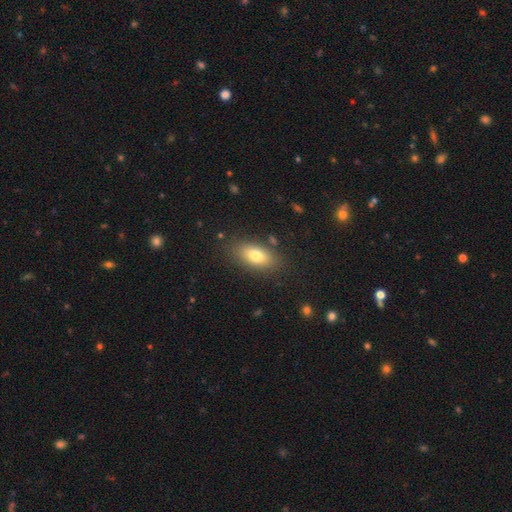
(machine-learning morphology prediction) This is likely a smooth galaxy (77%). How rounded: clearly in between (87%). Merging: clearly none (83%).